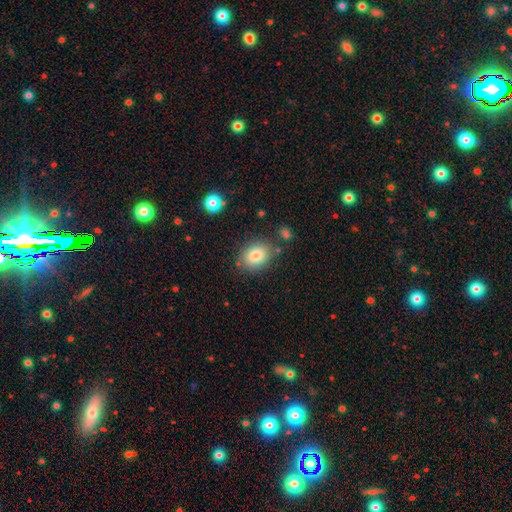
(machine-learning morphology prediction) Smooth or featured: smooth — 83% (star or artifact — 9%)
How rounded: in between — 63% (round — 36%)
Merging: none — 79% (minor disturbance — 13%)